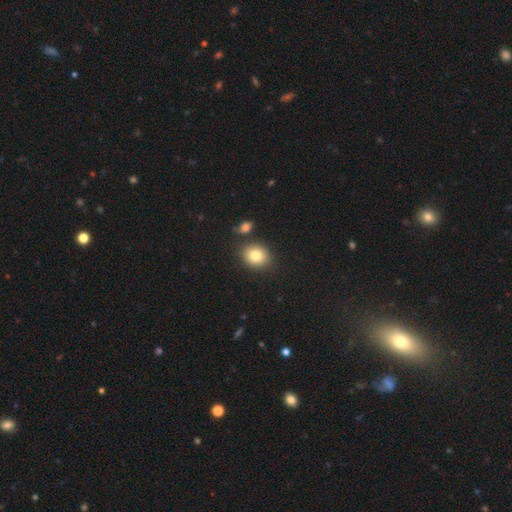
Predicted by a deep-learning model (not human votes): Smooth or featured? smooth (82%)
How rounded? round (60%)
Merging? none (81%)